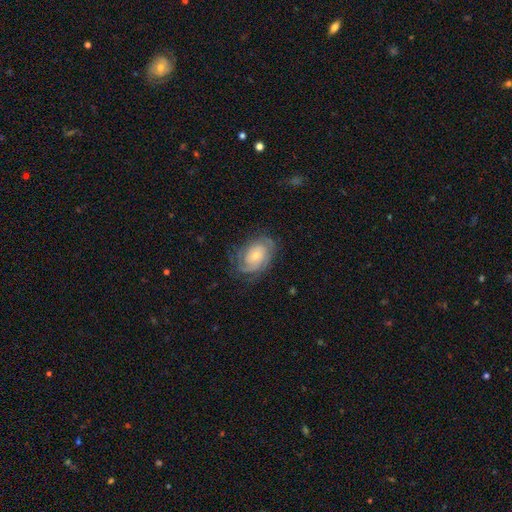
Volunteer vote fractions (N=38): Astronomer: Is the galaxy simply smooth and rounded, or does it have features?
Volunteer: featured or disk — 87%.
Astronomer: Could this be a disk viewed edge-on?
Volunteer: no — 94%.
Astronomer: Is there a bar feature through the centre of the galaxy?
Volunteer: no — 65%.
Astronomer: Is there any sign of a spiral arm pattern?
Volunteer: yes — 97%.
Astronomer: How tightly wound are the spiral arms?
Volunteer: tight — 73%.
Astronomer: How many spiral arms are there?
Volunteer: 3 — 43% (runner-up: 2, 30%).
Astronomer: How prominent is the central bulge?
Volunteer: small — 77%.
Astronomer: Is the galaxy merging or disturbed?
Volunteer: none — 73%.